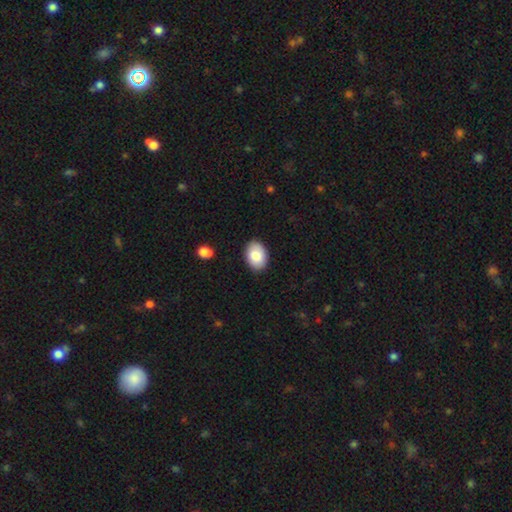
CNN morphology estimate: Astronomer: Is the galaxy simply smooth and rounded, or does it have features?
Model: smooth — 84%.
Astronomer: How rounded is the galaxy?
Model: in between — 84%.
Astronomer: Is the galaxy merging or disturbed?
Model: none — 87%.